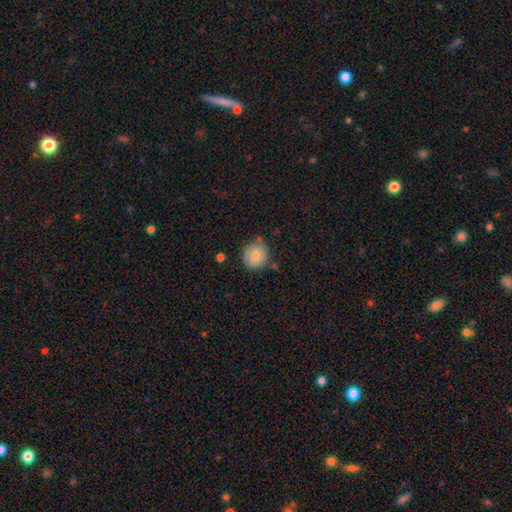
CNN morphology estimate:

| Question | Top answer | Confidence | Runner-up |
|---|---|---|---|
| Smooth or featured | smooth | 79% | featured or disk (13%) |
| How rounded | round | 85% | in between (14%) |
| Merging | none | 70% | minor disturbance (20%) |